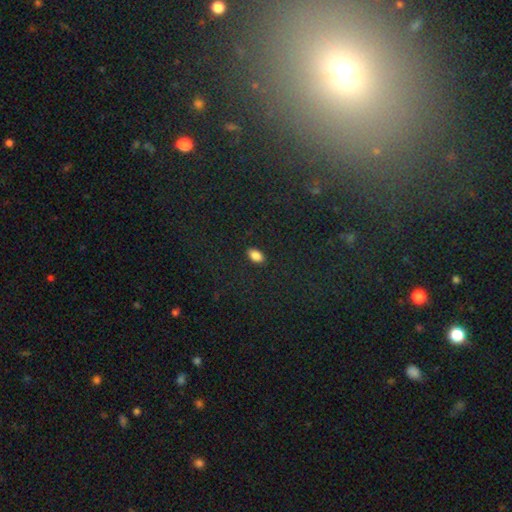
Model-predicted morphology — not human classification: smooth_or_featured: smooth (p=0.85) [alt: star or artifact p=0.10]
how_rounded: in between (p=0.92) [alt: round p=0.06]
merging: none (p=0.89) [alt: minor disturbance p=0.08]